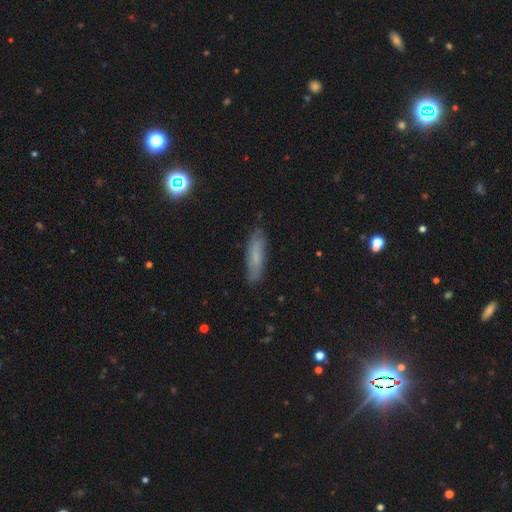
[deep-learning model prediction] This appears to be a smooth galaxy with no disk features (65%) that is cigar-shaped (69%). Merging: none (82%).